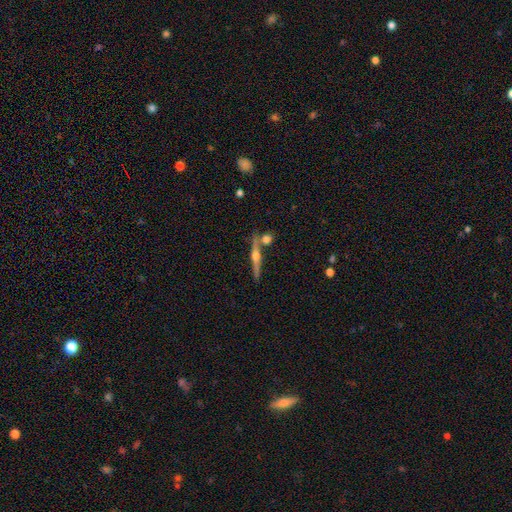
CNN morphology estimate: This appears to be a featured or disk galaxy (82%) viewed edge-on (98%) with a rounded central bulge (95%). Merging: none (80%).